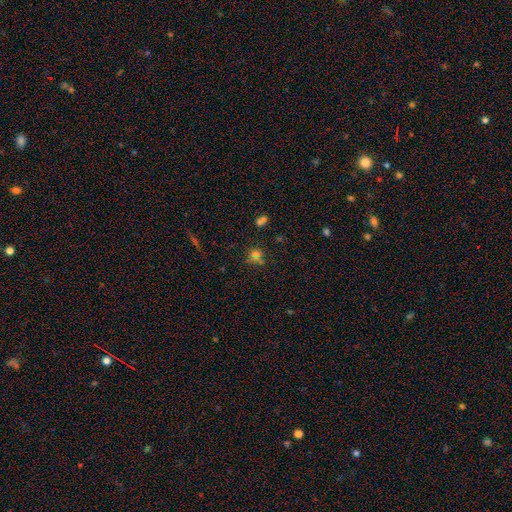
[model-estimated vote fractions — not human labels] smooth-or-featured: smooth: 58% | star or artifact: 31% | featured or disk: 11%
  how-rounded: round: 86% | in between: 13% | cigar-shaped: 2%
  merging: none: 71% | minor disturbance: 12% | merger: 11% | major disturbance: 5%